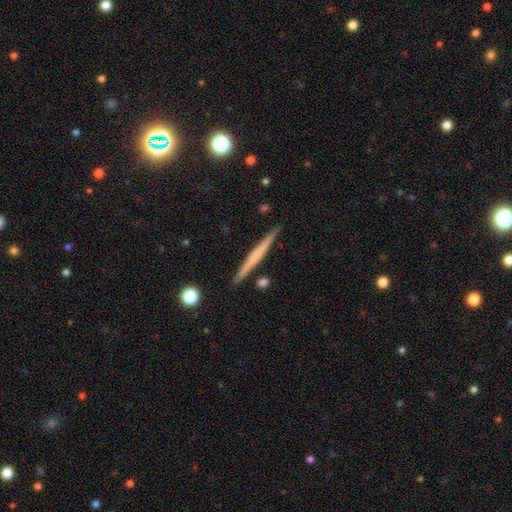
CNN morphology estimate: Overall: featured or disk (53%; smooth 41%). Edge-on disk: yes (98%). Edge-on bulge: none (78%). Merging: none (90%).